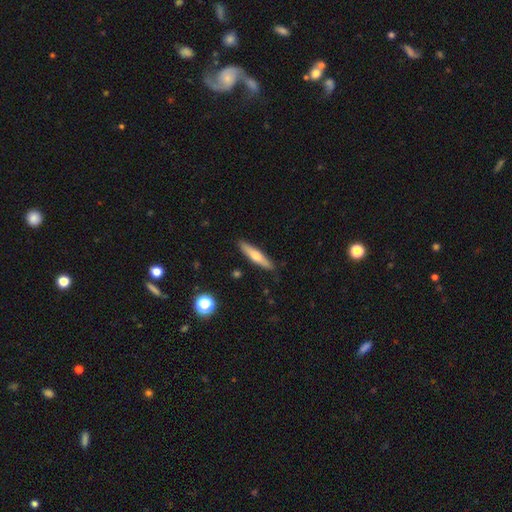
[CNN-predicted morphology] type=smooth (52%); roundness=cigar-shaped (84%); merging=none (88%).